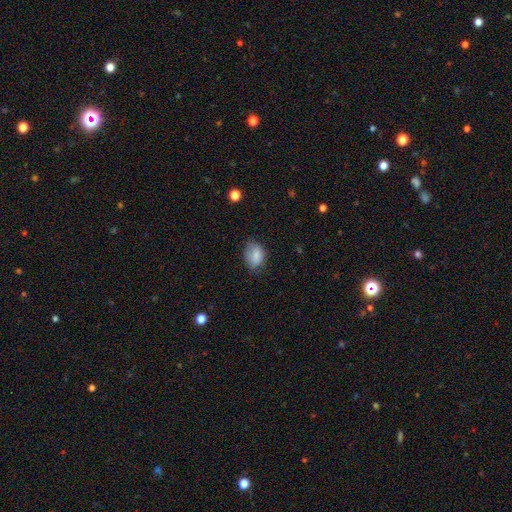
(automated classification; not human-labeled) A smooth galaxy with no disk features (83%) that is in between round and cigar-shaped (74%).

Vote fractions:
- Smooth or featured? smooth: 83% / featured or disk: 9% / star or artifact: 8%
- How rounded? in between: 74% / round: 25% / cigar-shaped: 1%
- Merging? none: 63% / minor disturbance: 29% / major disturbance: 7% / merger: 1%